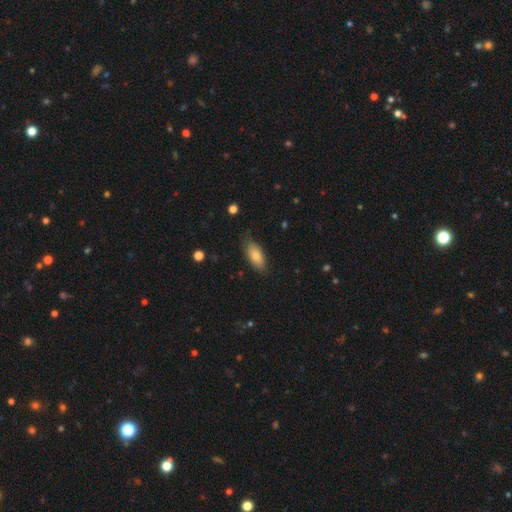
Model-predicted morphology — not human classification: Smooth or featured? smooth (78%)
How rounded? in between (86%)
Merging? none (76%)